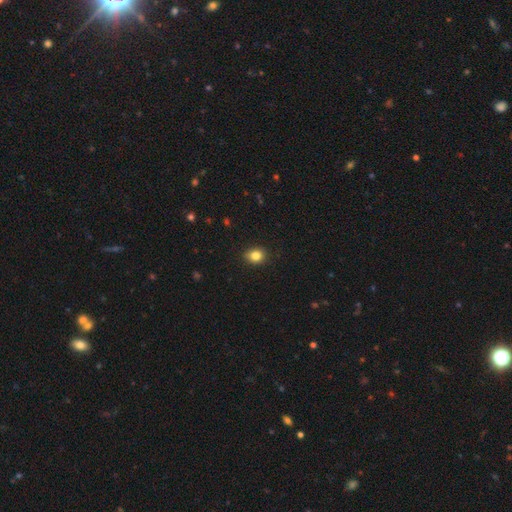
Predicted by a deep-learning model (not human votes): This is clearly a smooth galaxy (84%). How rounded: possibly round (57%). Merging: clearly none (90%).